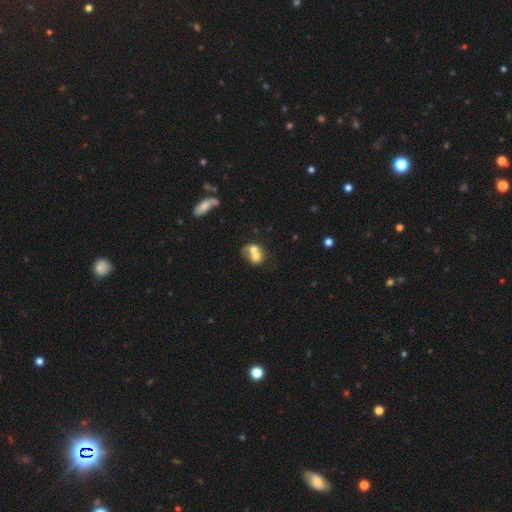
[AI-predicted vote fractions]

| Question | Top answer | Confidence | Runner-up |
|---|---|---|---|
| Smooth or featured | smooth | 62% | featured or disk (29%) |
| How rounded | round | 57% | in between (42%) |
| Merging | merger | 72% | none (17%) |